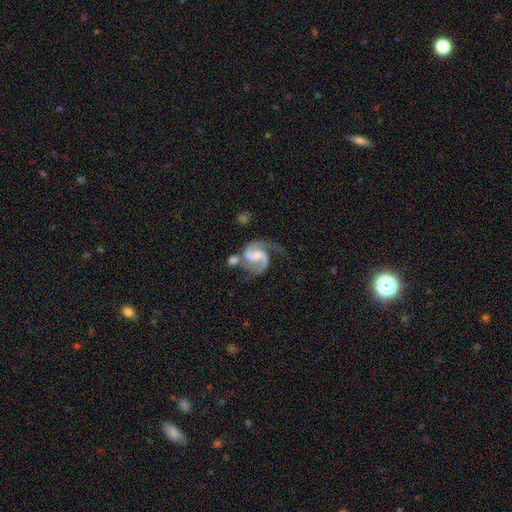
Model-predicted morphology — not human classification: Smooth or featured?
  - featured or disk: 92% *
  - star or artifact: 4%
  - smooth: 4%
Edge-on disk?
  - no: 98% *
  - yes: 2%
Bar?
  - weak: 46% *
  - no: 39%
  - strong: 16%
Spiral arms?
  - yes: 98% *
  - no: 2%
Spiral winding?
  - medium: 61% *
  - tight: 20%
  - loose: 19%
Spiral arm count?
  - 2: 92% *
  - 1: 3%
  - can't tell: 2%
  - 3: 2%
  - 4: 1%
  - more than 4: 1%
Bulge size?
  - moderate: 40% *
  - small: 39%
  - none: 15%
  - large: 5%
  - dominant: 1%
Merging?
  - none: 46% *
  - merger: 23%
  - minor disturbance: 19%
  - major disturbance: 12%